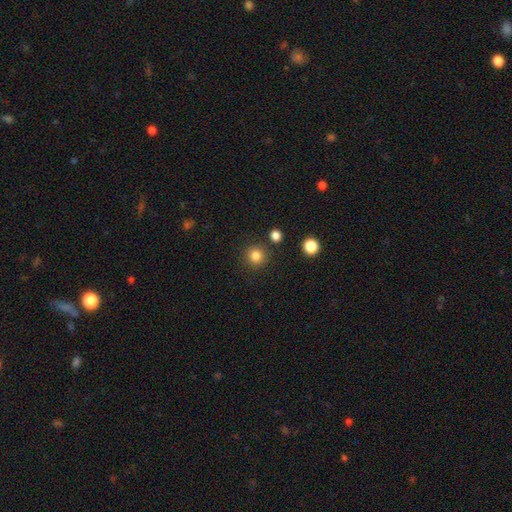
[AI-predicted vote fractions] A smooth galaxy with no disk features (83%) that is round (93%). Merging: none (88%).